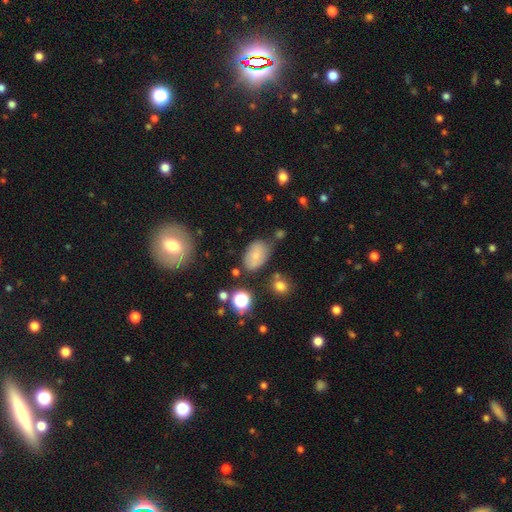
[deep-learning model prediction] Smooth or featured? Predicted: smooth (p=0.70). How rounded? Predicted: in between (p=0.88). Merging? Predicted: none (p=0.64).